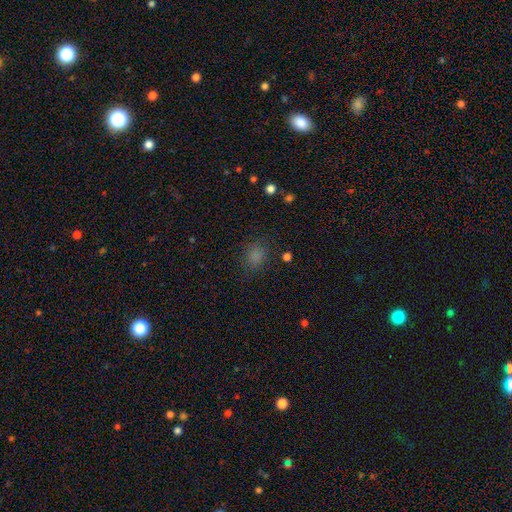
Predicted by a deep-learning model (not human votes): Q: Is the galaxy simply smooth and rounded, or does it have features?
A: smooth — 77%.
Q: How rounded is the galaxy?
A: round — 56%.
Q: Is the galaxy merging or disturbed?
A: none — 78%.